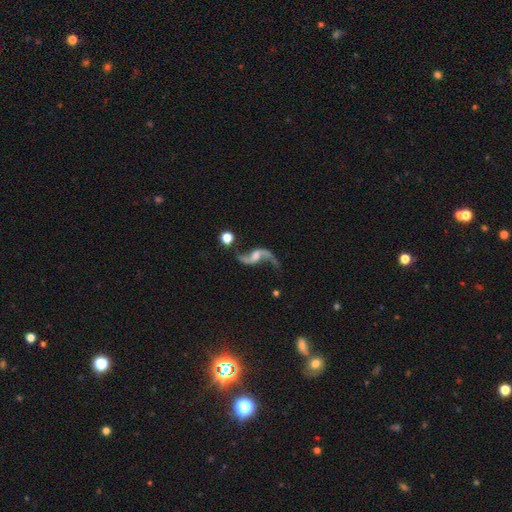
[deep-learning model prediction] This is clearly a featured or disk galaxy (89%). It is clearly not viewed edge-on (96%). Bar: possibly no (46%). Spiral arm pattern: clearly yes (96%). Spiral arm count: clearly 2 (94%). Spiral winding: clearly loose (92%). Central bulge: marginally none (30%, tied with moderate). Merging: likely none (69%).